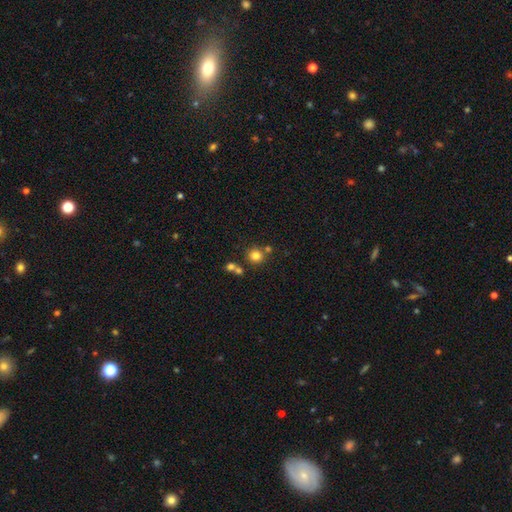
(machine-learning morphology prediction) smooth_or_featured: smooth (p=0.79) [alt: star or artifact p=0.14]
how_rounded: round (p=0.90) [alt: in between p=0.09]
merging: none (p=0.71) [alt: merger p=0.18]